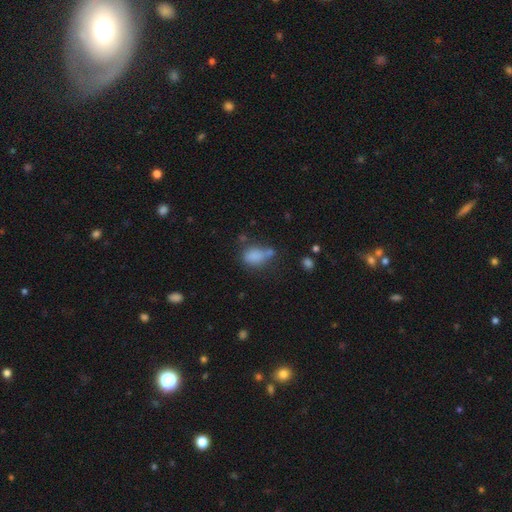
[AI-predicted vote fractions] A smooth galaxy with no disk features (80%) that is in between round and cigar-shaped (78%).

Vote fractions:
- Smooth or featured? smooth: 80% / star or artifact: 11% / featured or disk: 9%
- How rounded? in between: 78% / round: 19% / cigar-shaped: 3%
- Merging? none: 42% / minor disturbance: 24% / merger: 21% / major disturbance: 13%